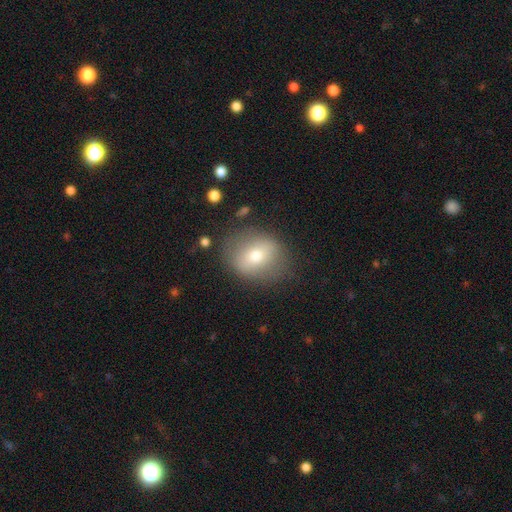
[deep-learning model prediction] Smooth or featured? Predicted: smooth (p=0.64). How rounded? Predicted: round (p=0.55). Merging? Predicted: none (p=0.78).